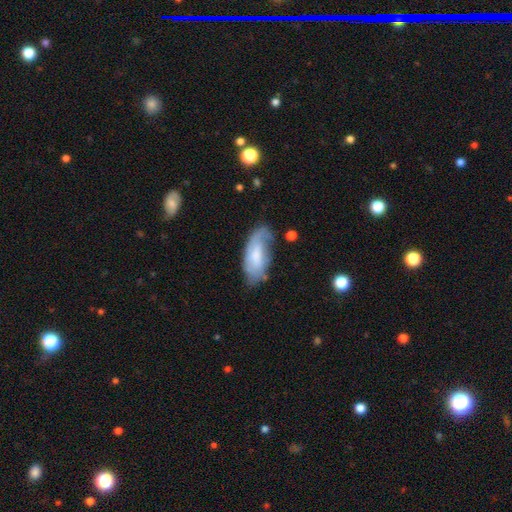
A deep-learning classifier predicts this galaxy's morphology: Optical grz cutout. It shows a smooth galaxy with no disk features (53%) that is in between round and cigar-shaped (86%). Merging: none (49%).